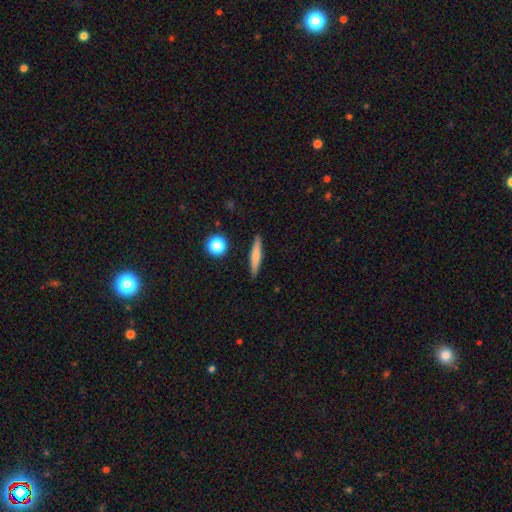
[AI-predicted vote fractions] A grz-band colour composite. It shows a smooth galaxy with no disk features (67%) that is cigar-shaped (91%). Merging: none (89%).